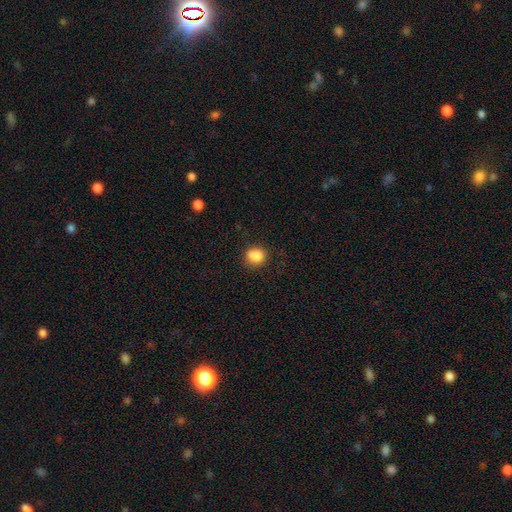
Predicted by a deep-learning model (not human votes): A smooth galaxy with no disk features (86%) that is round (73%).

Vote fractions:
- Smooth or featured? smooth: 86% / star or artifact: 10% / featured or disk: 4%
- How rounded? round: 73% / in between: 26% / cigar-shaped: 1%
- Merging? none: 76% / minor disturbance: 17% / major disturbance: 4% / merger: 3%